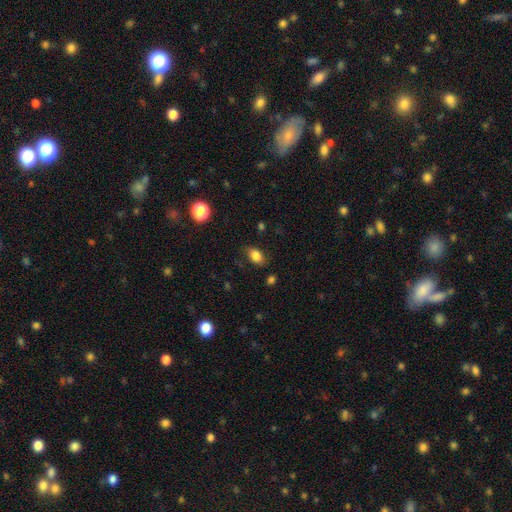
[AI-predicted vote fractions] Q: Smooth or featured?
A: smooth (83%); runner-up: star or artifact (10%)
Q: How rounded?
A: in between (85%); runner-up: round (13%)
Q: Merging?
A: none (79%); runner-up: minor disturbance (15%)